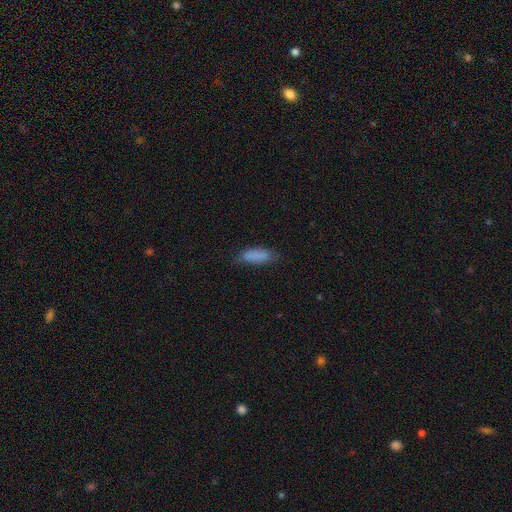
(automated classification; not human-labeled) The model was most divided on "how rounded": in between: 62%, cigar-shaped: 36%, round: 2%. More confident: smooth or featured — smooth (86%); merging — none (69%).